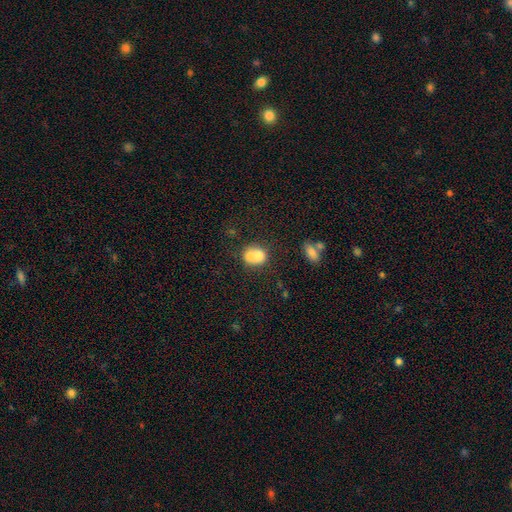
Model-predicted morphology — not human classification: A smooth galaxy with no disk features (76%) that is round (57%). Merging: merger (44%).